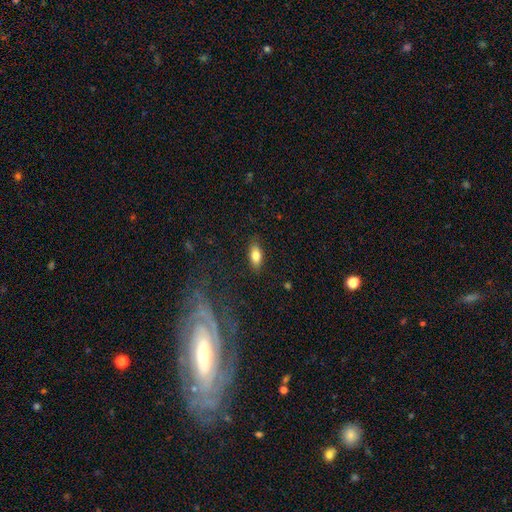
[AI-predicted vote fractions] This appears to be a smooth galaxy with no disk features (77%) that is in between round and cigar-shaped (84%). Merging: none (87%).